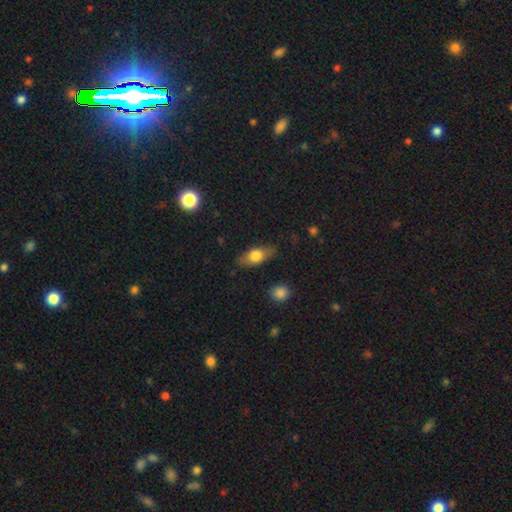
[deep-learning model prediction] Q: Smooth or featured?
A: smooth (71%); runner-up: featured or disk (22%)
Q: How rounded?
A: in between (82%); runner-up: cigar-shaped (11%)
Q: Merging?
A: none (80%); runner-up: minor disturbance (14%)